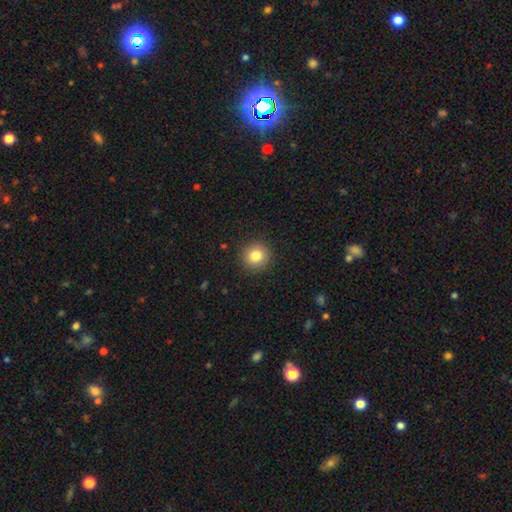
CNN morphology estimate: smooth 82%, star or artifact 11%, featured or disk 7%. Down the decision tree: how rounded — round (94%); merging — none (91%).